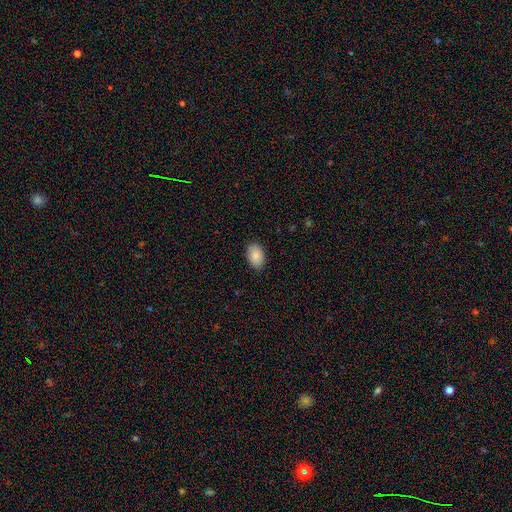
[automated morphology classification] smooth-or-featured: smooth: 88% | star or artifact: 6% | featured or disk: 6%
  how-rounded: in between: 91% | round: 8% | cigar-shaped: 1%
  merging: none: 88% | minor disturbance: 9% | major disturbance: 2% | merger: 1%